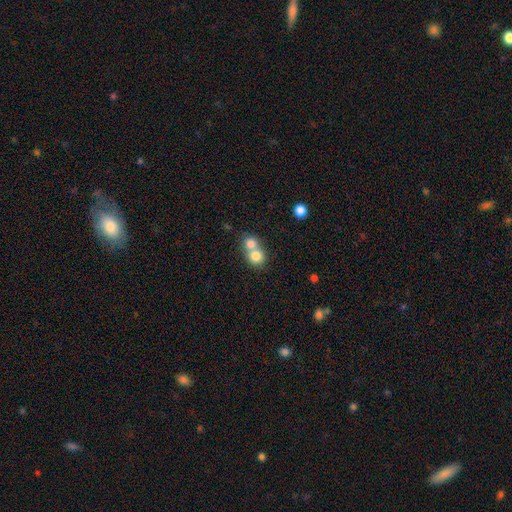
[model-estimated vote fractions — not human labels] The model was most divided on "merging": merger: 64%, none: 29%, minor disturbance: 4%, major disturbance: 2%. More confident: how rounded — round (82%); smooth or featured — smooth (78%).